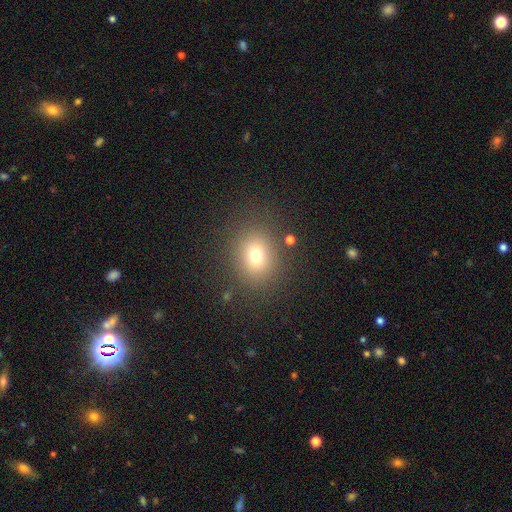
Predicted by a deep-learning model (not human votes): This is likely a smooth galaxy (73%). How rounded: likely round (69%). Merging: clearly none (84%).